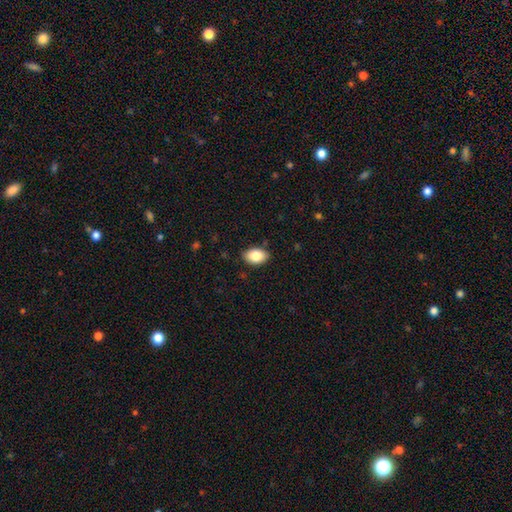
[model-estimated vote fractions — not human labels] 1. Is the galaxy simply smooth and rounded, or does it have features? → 84% smooth, 8% featured or disk, 7% star or artifact.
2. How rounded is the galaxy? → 89% in between, 9% round, 1% cigar-shaped.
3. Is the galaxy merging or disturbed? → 86% none, 11% minor disturbance, 2% major disturbance, 1% merger.